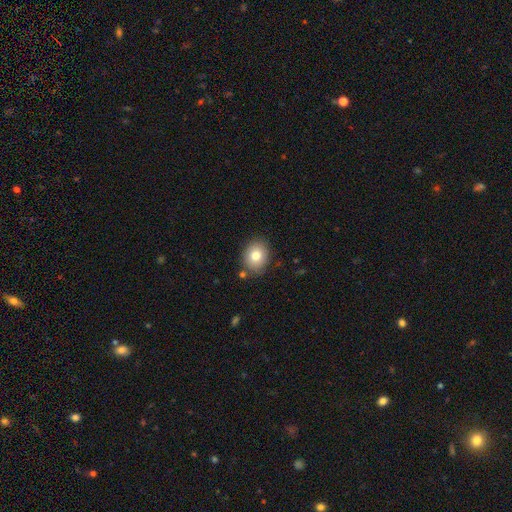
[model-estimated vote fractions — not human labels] Smooth or featured: smooth — 79% (featured or disk — 11%)
How rounded: round — 55% (in between — 44%)
Merging: none — 83% (minor disturbance — 11%)